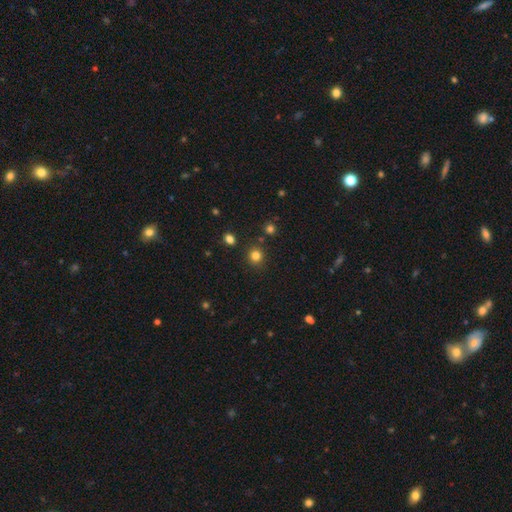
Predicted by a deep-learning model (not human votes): This is clearly a smooth galaxy (80%). How rounded: clearly round (88%). Merging: clearly none (86%).